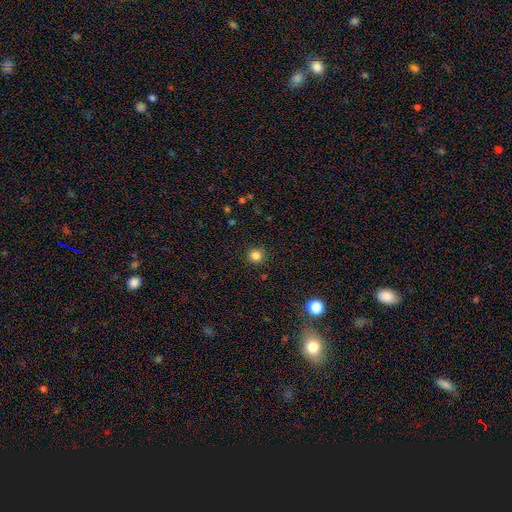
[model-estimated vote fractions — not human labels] This is clearly a smooth galaxy (83%). How rounded: clearly round (93%). Merging: clearly none (91%).